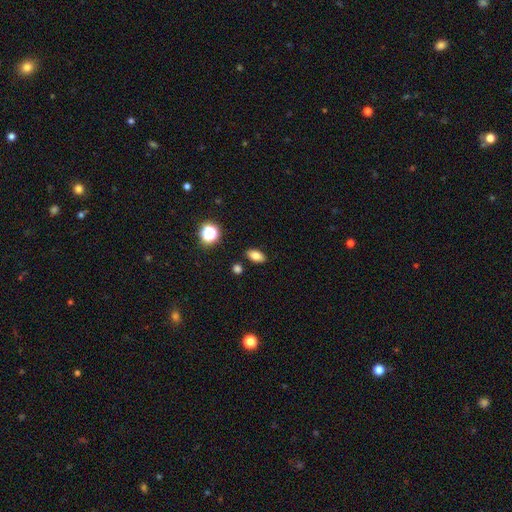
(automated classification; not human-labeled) smooth_or_featured: smooth (p=0.80) [alt: star or artifact p=0.12]
how_rounded: in between (p=0.88) [alt: round p=0.09]
merging: none (p=0.86) [alt: minor disturbance p=0.09]